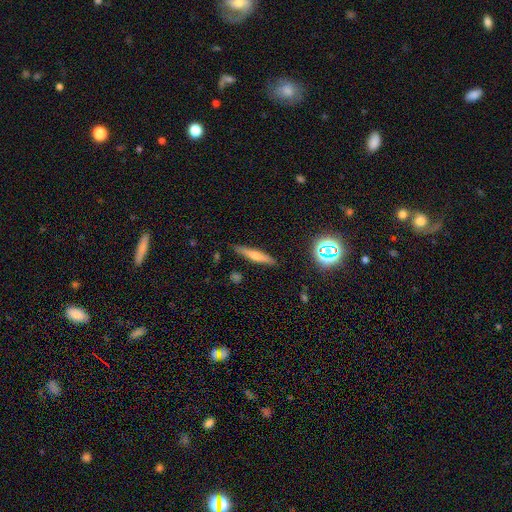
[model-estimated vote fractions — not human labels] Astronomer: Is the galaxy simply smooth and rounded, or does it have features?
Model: smooth — 55% (runner-up: featured or disk, 35%).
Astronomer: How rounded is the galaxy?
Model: cigar-shaped — 89%.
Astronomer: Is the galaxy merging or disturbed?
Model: none — 87%.